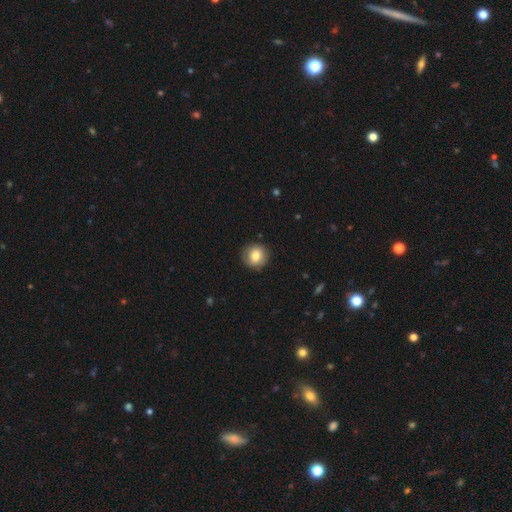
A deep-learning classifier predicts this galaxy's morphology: Q: Smooth or featured?
A: smooth (80%); runner-up: featured or disk (11%)
Q: How rounded?
A: round (90%); runner-up: in between (9%)
Q: Merging?
A: none (88%); runner-up: minor disturbance (9%)